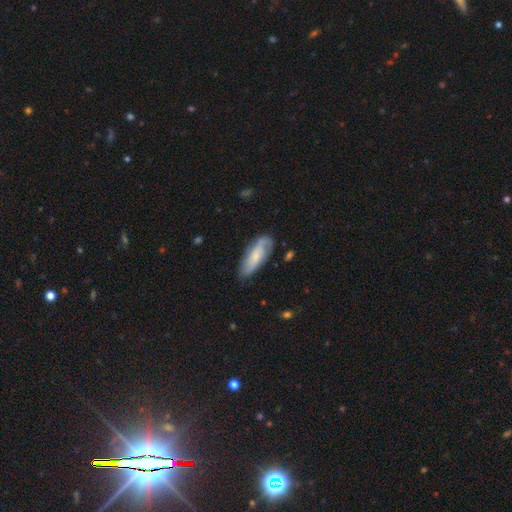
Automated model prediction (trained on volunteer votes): Smooth or featured: smooth — 52% (featured or disk — 41%)
How rounded: in between — 67% (cigar-shaped — 31%)
Merging: none — 70% (minor disturbance — 22%)